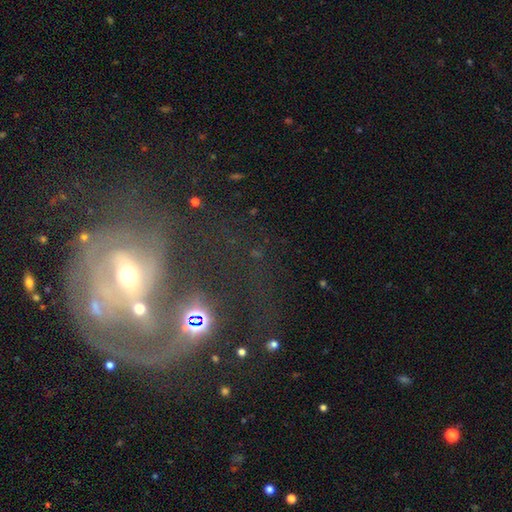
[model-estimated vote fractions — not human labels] Smooth or featured?
  - featured or disk: 68% *
  - smooth: 17%
  - star or artifact: 15%
Edge-on disk?
  - no: 96% *
  - yes: 4%
Bar?
  - no: 58% *
  - weak: 29%
  - strong: 13%
Spiral arms?
  - yes: 65% *
  - no: 35%
Bulge size?
  - moderate: 52% *
  - small: 34%
  - large: 6%
  - none: 4%
  - dominant: 3%
Merging?
  - major disturbance: 36% * (tied)
  - merger: 36% * (tied)
  - none: 18%
  - minor disturbance: 10%